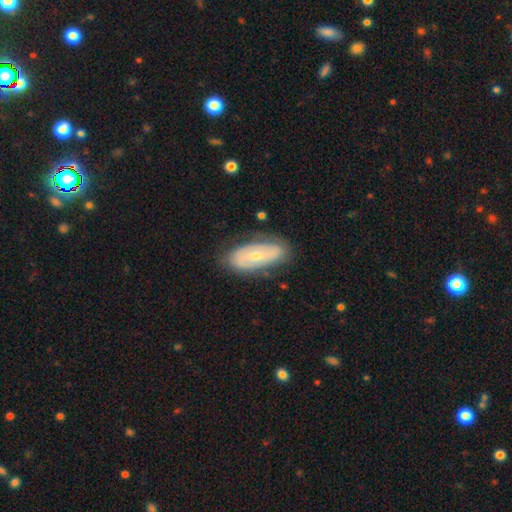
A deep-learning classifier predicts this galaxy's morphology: Smooth or featured? featured or disk (58%)
Edge-on disk? no (88%)
Bar? no (67%)
Spiral arms? yes (60%)
Bulge size? small (58%)
Merging? none (77%)